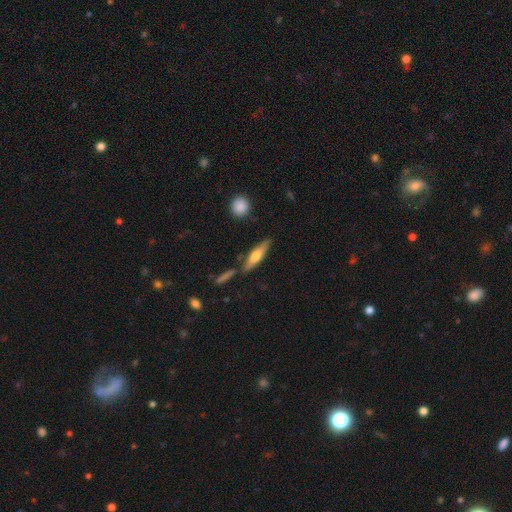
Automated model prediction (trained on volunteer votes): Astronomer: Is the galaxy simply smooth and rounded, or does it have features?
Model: smooth — 55% (runner-up: featured or disk, 38%).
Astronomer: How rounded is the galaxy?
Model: cigar-shaped — 74%.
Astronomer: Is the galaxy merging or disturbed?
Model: none — 74%.